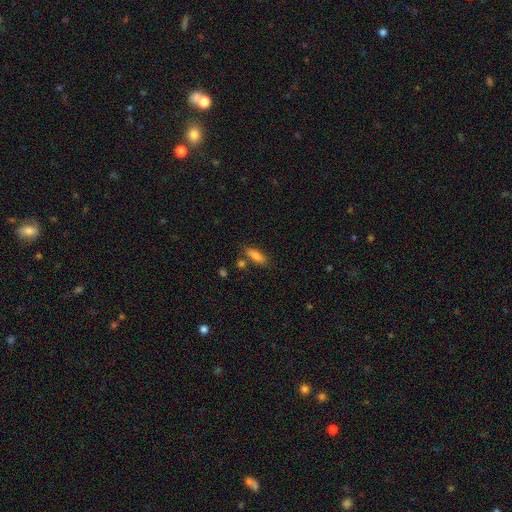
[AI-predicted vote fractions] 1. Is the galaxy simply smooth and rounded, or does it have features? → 79% smooth, 13% featured or disk, 8% star or artifact.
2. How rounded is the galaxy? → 55% in between, 42% cigar-shaped, 3% round.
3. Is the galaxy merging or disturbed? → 77% none, 13% minor disturbance, 7% merger, 3% major disturbance.